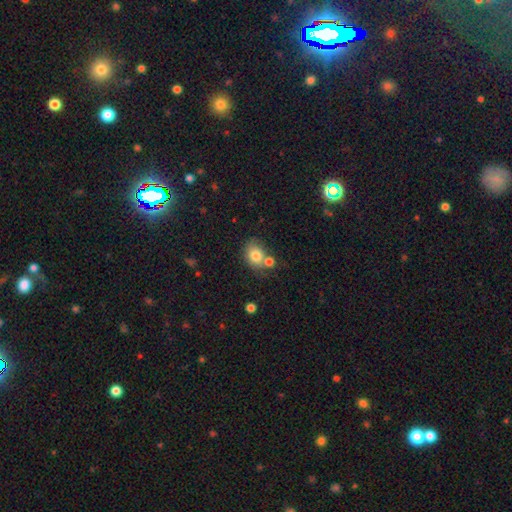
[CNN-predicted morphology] A smooth galaxy with no disk features (79%) that is round (51%).

Vote fractions:
- Smooth or featured? smooth: 79% / featured or disk: 11% / star or artifact: 10%
- How rounded? round: 51% / in between: 48% / cigar-shaped: 1%
- Merging? none: 53% / merger: 27% / minor disturbance: 15% / major disturbance: 5%